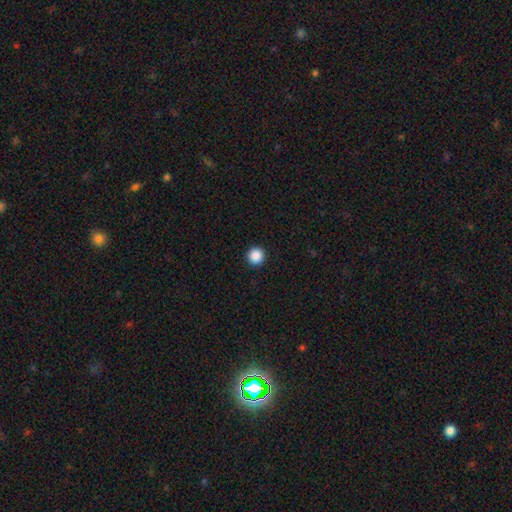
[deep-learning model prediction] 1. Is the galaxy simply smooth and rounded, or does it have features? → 88% smooth, 10% star or artifact, 3% featured or disk.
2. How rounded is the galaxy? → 96% round, 3% in between, 1% cigar-shaped.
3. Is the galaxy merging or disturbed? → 94% none, 4% minor disturbance, 1% major disturbance, 1% merger.